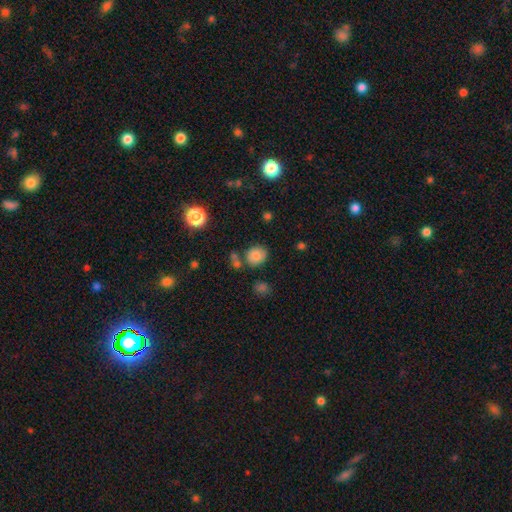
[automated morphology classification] This appears to be a smooth galaxy with no disk features (81%) that is round (65%). Merging: none (69%).